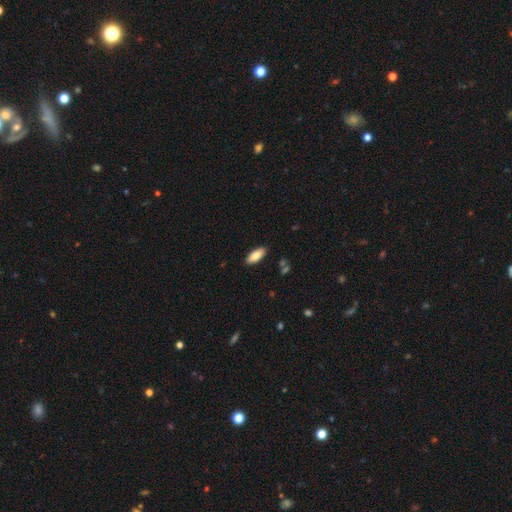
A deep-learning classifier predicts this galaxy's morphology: This appears to be a smooth galaxy with no disk features (83%) that is in between round and cigar-shaped (81%). Merging: none (88%).